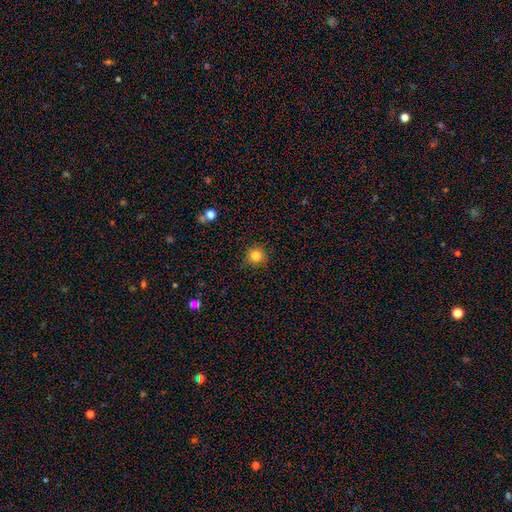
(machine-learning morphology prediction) Smooth or featured? smooth (83%)
How rounded? round (94%)
Merging? none (87%)